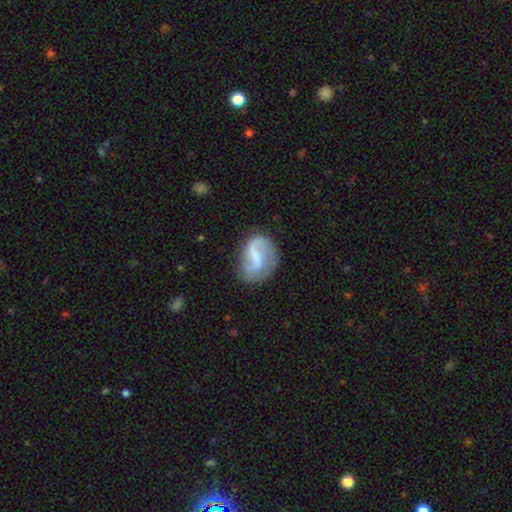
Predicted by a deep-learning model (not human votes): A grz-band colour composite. It shows a featured or disk galaxy (69%) with a weak bar (47%), 2 (69%) loose (53%) spiral arms (87%) and no central bulge (48%). Merging: none (60%).